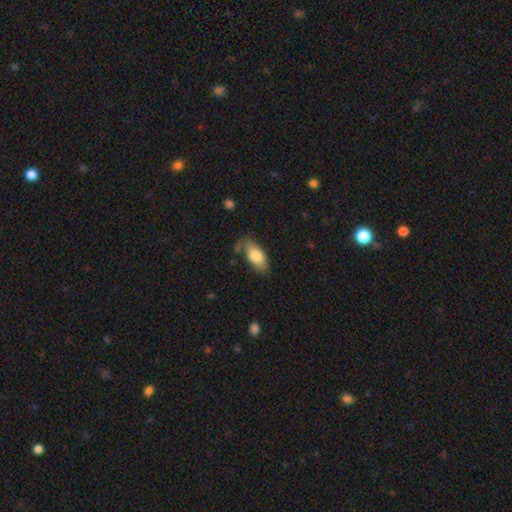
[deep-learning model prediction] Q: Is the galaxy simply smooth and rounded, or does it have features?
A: smooth — 79%.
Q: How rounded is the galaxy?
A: in between — 91%.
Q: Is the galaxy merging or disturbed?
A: none — 65%.